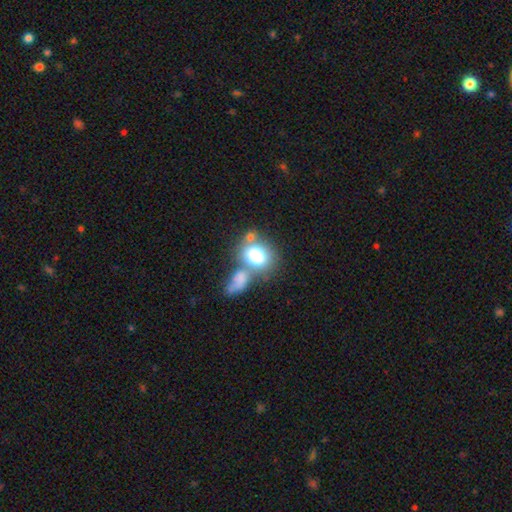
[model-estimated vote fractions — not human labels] smooth_or_featured: smooth (p=0.76) [alt: featured or disk p=0.16]
how_rounded: in between (p=0.62) [alt: round p=0.37]
merging: merger (p=0.50) [alt: none p=0.30]